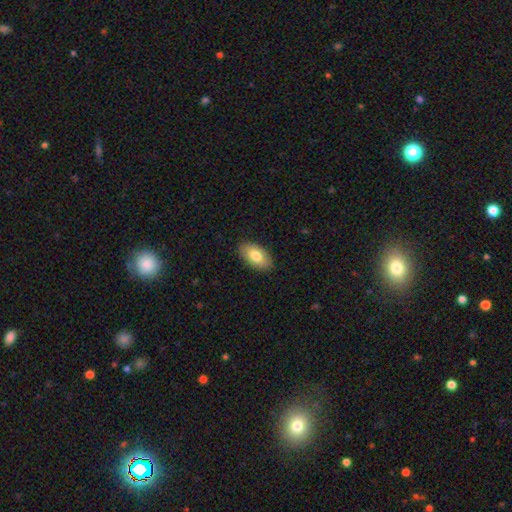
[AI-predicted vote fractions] smooth-or-featured: smooth: 78% | featured or disk: 16% | star or artifact: 6%
  how-rounded: in between: 94% | round: 4% | cigar-shaped: 2%
  merging: none: 88% | minor disturbance: 9% | major disturbance: 2% | merger: 1%